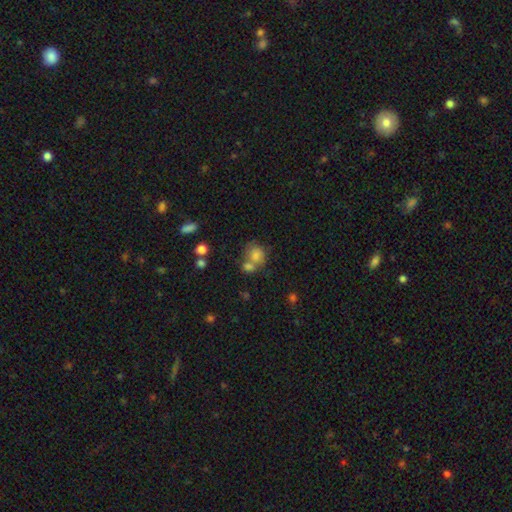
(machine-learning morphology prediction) Smooth or featured? Predicted: smooth (p=0.74). How rounded? Predicted: round (p=0.63). Merging? Predicted: merger (p=0.44).